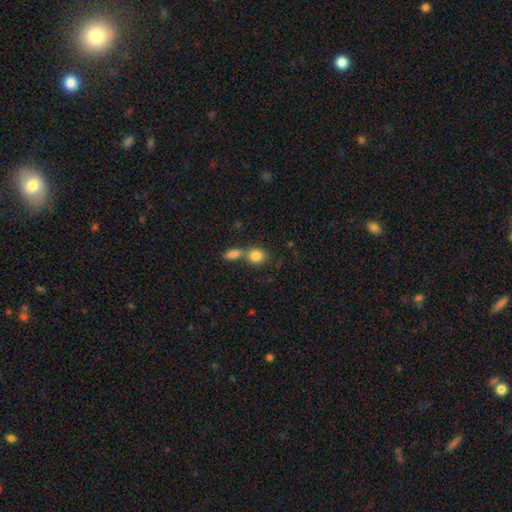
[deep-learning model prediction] The model was most divided on "merging": merger: 45%, none: 43%, minor disturbance: 9%, major disturbance: 3%. More confident: smooth or featured — smooth (83%); how rounded — round (64%).